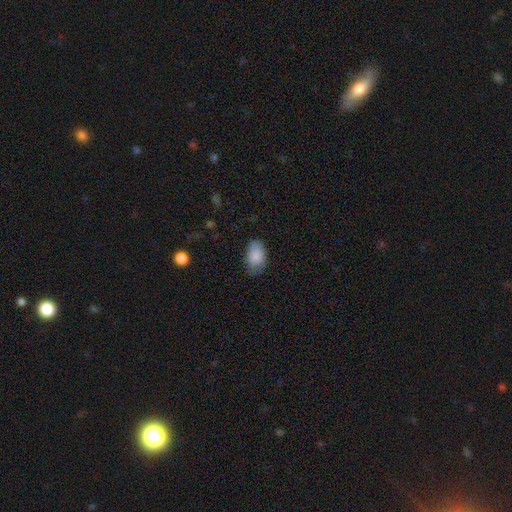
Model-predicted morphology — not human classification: Smooth or featured? Predicted: smooth (p=0.87). How rounded? Predicted: in between (p=0.91). Merging? Predicted: none (p=0.66).